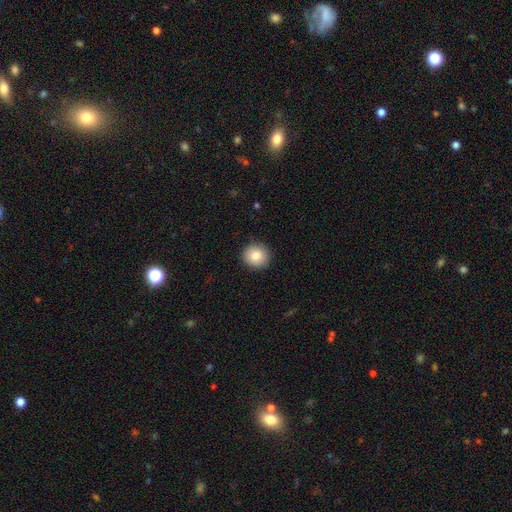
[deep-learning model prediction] smooth 83%, star or artifact 9%, featured or disk 9%. Down the decision tree: how rounded — round (93%); merging — none (92%).